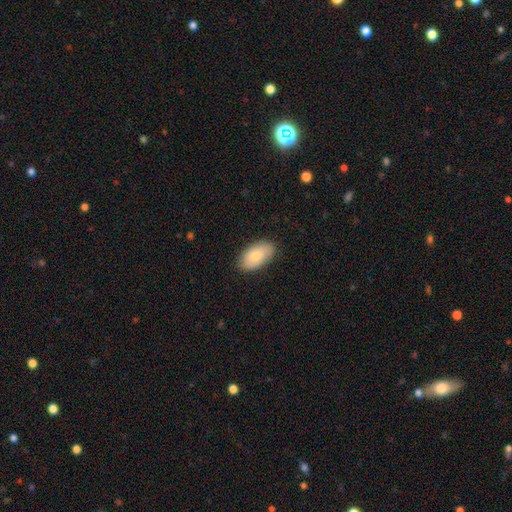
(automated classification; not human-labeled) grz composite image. It shows a smooth galaxy with no disk features (82%) that is in between round and cigar-shaped (95%). Merging: none (84%).